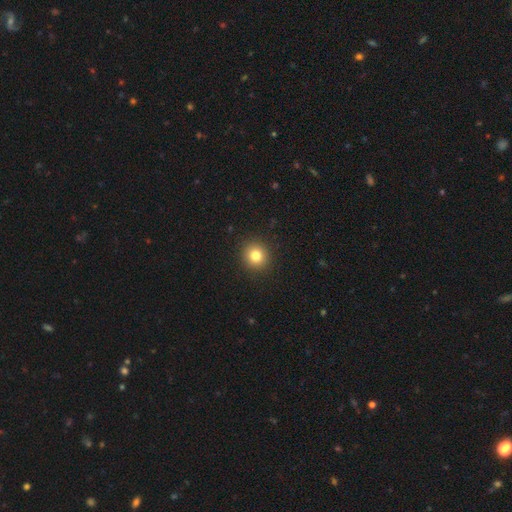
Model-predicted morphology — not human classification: A smooth galaxy with no disk features (82%) that is round (91%). Merging: none (92%).